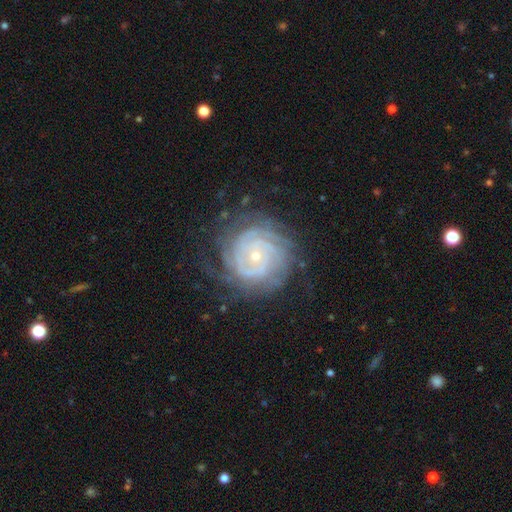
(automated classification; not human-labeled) This appears to be a featured or disk galaxy (88%) with no bar (77%), tight (82%) spiral arms (97%) and a small central bulge (82%). Merging: none (76%).